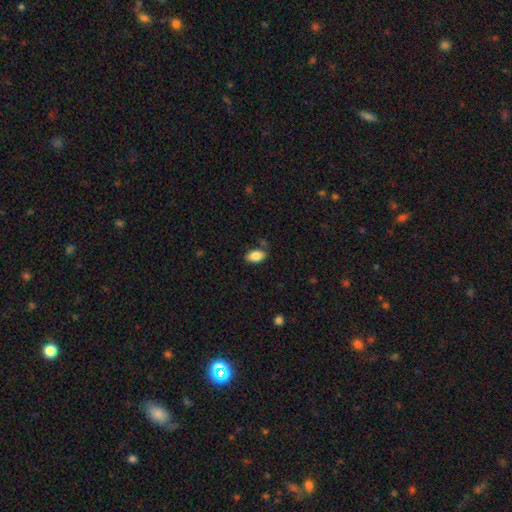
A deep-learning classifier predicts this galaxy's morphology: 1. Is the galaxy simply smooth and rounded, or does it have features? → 85% smooth, 8% featured or disk, 7% star or artifact.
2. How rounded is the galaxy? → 92% in between, 6% round, 2% cigar-shaped.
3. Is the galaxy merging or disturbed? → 80% none, 13% minor disturbance, 4% merger, 3% major disturbance.